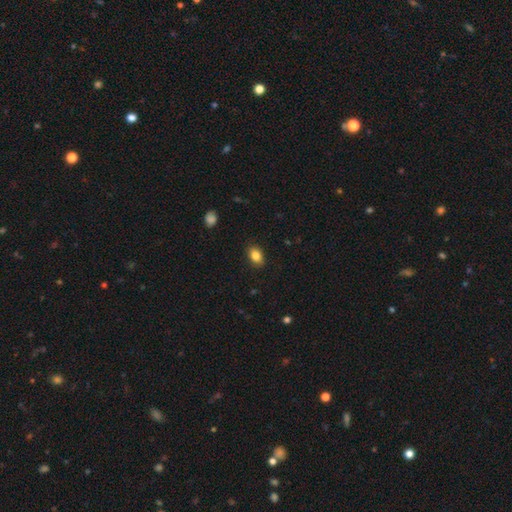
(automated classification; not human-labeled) Overall: smooth (84%). How rounded: in between (81%). Merging: none (88%).